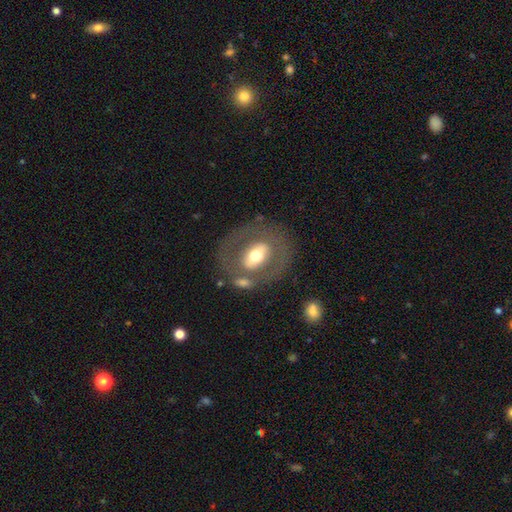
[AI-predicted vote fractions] smooth_or_featured: featured or disk (p=0.58) [alt: smooth p=0.35]
disk_edge_on: no (p=0.90) [alt: yes p=0.10]
bar: no (p=0.37) [alt: strong p=0.35]
has_spiral_arms: no (p=0.82) [alt: yes p=0.18]
bulge_size: moderate (p=0.65) [alt: large p=0.20]
merging: none (p=0.68) [alt: minor disturbance p=0.13]